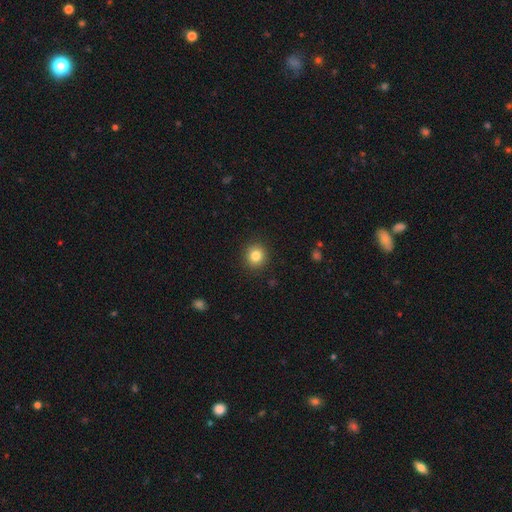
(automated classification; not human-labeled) Overall: smooth (83%). How rounded: round (90%). Merging: none (91%).